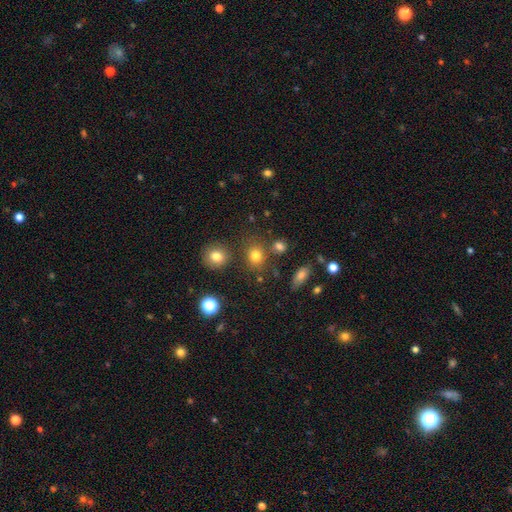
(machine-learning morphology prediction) smooth_or_featured: smooth (p=0.78) [alt: star or artifact p=0.15]
how_rounded: round (p=0.68) [alt: in between p=0.30]
merging: none (p=0.77) [alt: minor disturbance p=0.10]